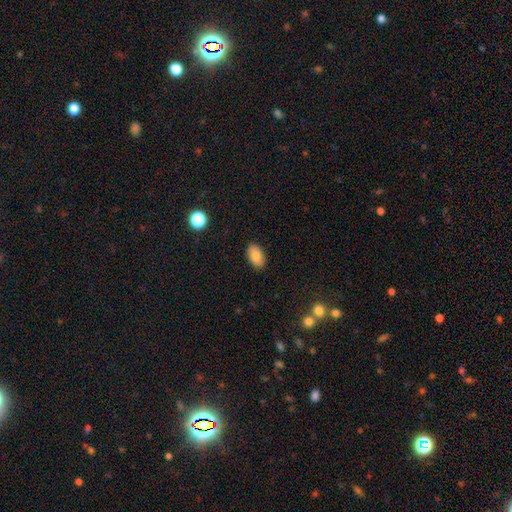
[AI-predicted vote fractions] smooth-or-featured: smooth: 85% | star or artifact: 8% | featured or disk: 8%
  how-rounded: in between: 94% | round: 5% | cigar-shaped: 2%
  merging: none: 88% | minor disturbance: 9% | major disturbance: 2% | merger: 1%